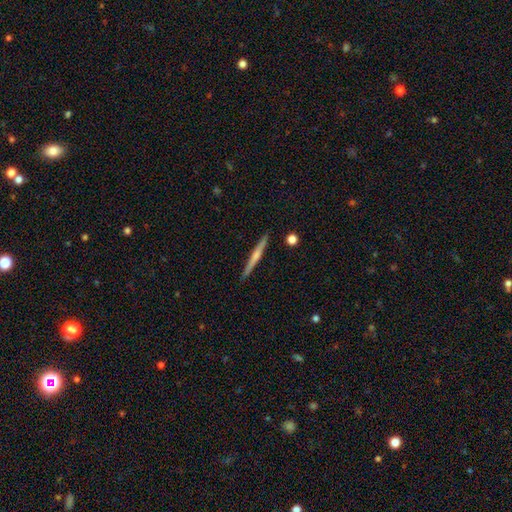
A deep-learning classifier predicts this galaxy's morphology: A featured or disk galaxy (56%) viewed edge-on (98%) with a rounded central bulge (50%). Merging: none (91%).